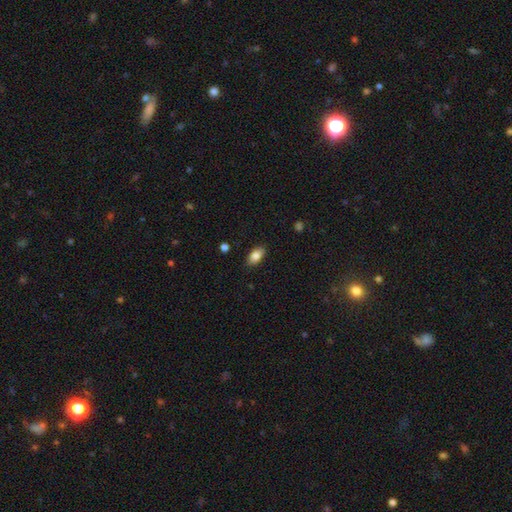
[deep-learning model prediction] This appears to be a smooth galaxy with no disk features (83%) that is in between round and cigar-shaped (90%). Merging: none (87%).